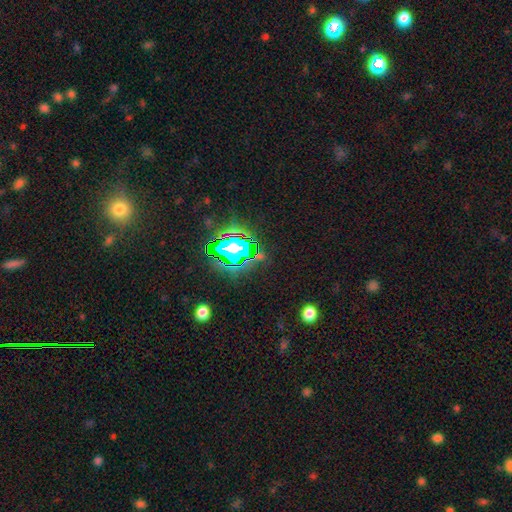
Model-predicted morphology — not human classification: The model was most divided on "smooth or featured": star or artifact: 68%, smooth: 20%, featured or disk: 12%.